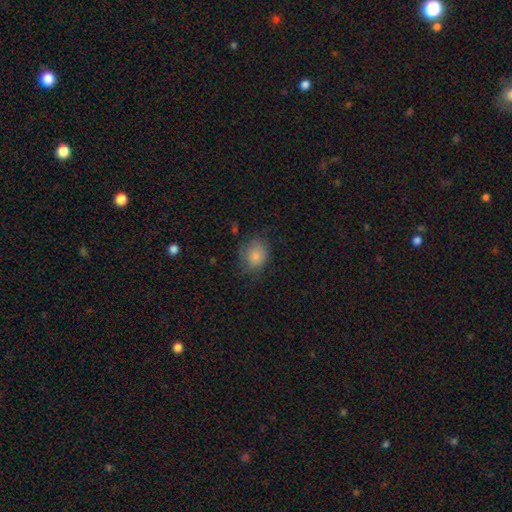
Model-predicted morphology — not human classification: This is clearly a smooth galaxy (83%). How rounded: possibly round (59%). Merging: likely none (66%).